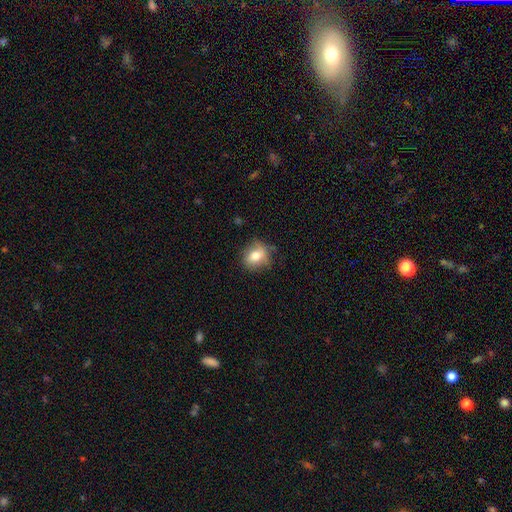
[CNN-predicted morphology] Smooth or featured?
  - smooth: 72% *
  - featured or disk: 18%
  - star or artifact: 10%
How rounded?
  - round: 67% *
  - in between: 32%
  - cigar-shaped: 1%
Merging?
  - none: 67% *
  - minor disturbance: 24%
  - major disturbance: 6%
  - merger: 2%